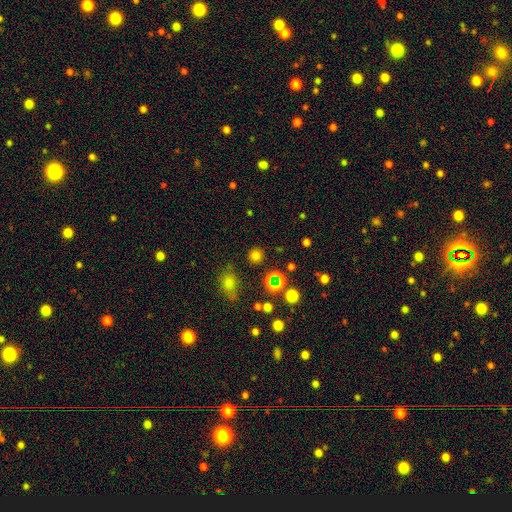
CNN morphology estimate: This appears to be a smooth galaxy with no disk features (71%) that is round (90%). Merging: none (85%).